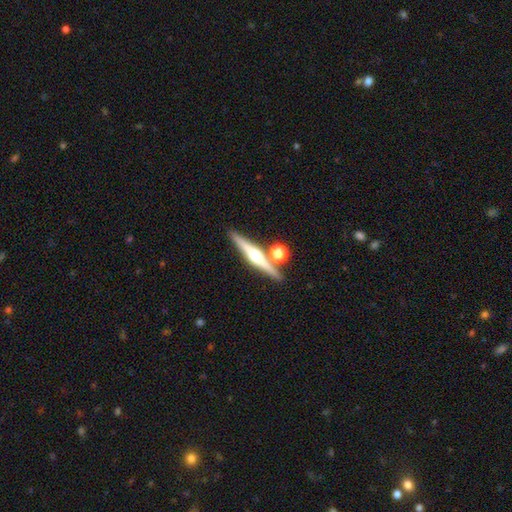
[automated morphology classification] Overall: featured or disk (73%). Edge-on disk: yes (97%). Edge-on bulge: rounded (95%). Merging: none (80%).